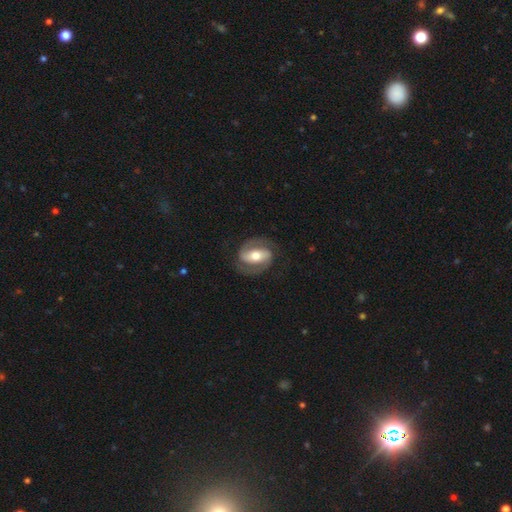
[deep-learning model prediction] Q: Smooth or featured?
A: featured or disk (84%); runner-up: smooth (11%)
Q: Edge-on disk?
A: no (97%); runner-up: yes (3%)
Q: Bar?
A: strong (51%); runner-up: weak (29%)
Q: Spiral arms?
A: yes (94%); runner-up: no (6%)
Q: Spiral winding?
A: medium (49%); runner-up: tight (35%)
Q: Spiral arm count?
A: 2 (92%); runner-up: can't tell (3%)
Q: Bulge size?
A: moderate (68%); runner-up: small (20%)
Q: Merging?
A: none (82%); runner-up: minor disturbance (11%)